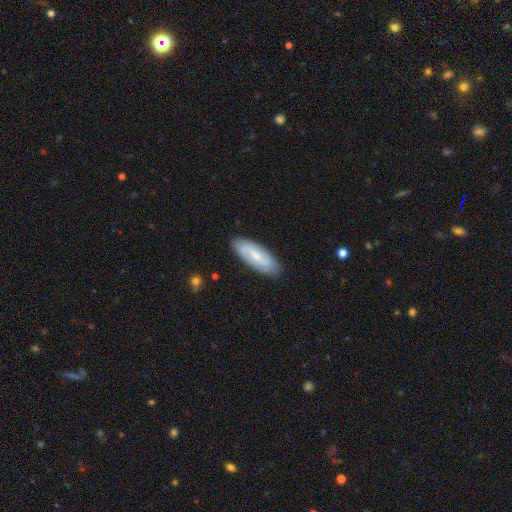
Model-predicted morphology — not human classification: type=featured or disk (57%); edge-on=no (87%); merging=none (87%).